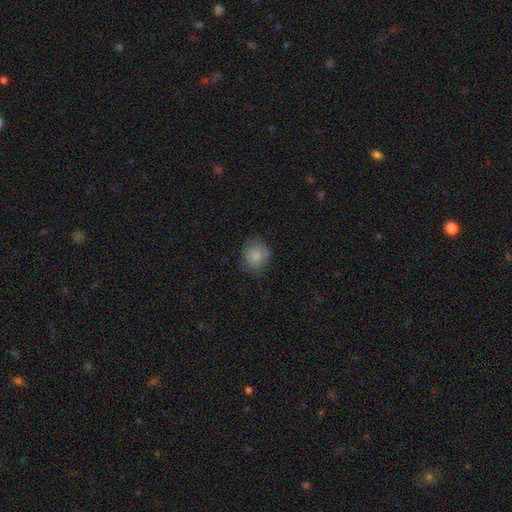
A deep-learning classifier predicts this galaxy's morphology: Q: Smooth or featured?
A: smooth (83%); runner-up: star or artifact (9%)
Q: How rounded?
A: round (77%); runner-up: in between (22%)
Q: Merging?
A: none (71%); runner-up: minor disturbance (21%)